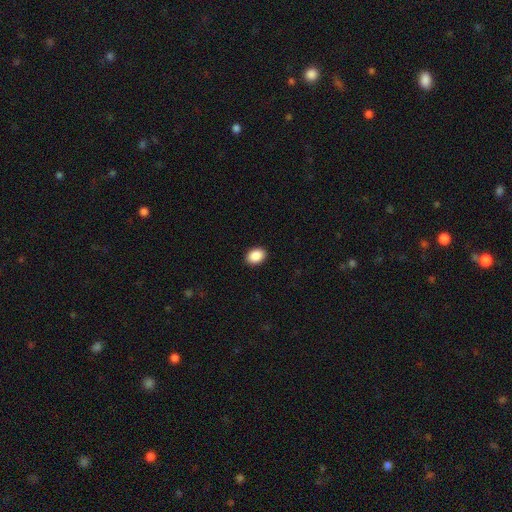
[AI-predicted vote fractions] Smooth or featured? Predicted: smooth (p=0.89). How rounded? Predicted: in between (p=0.75). Merging? Predicted: none (p=0.91).